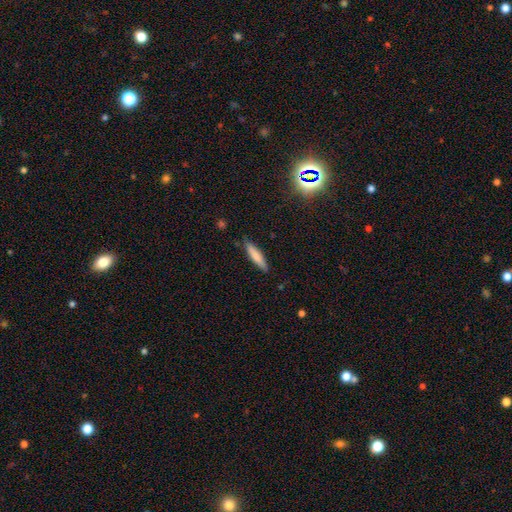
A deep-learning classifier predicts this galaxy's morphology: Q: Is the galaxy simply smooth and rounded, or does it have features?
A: smooth — 77%.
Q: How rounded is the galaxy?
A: cigar-shaped — 84%.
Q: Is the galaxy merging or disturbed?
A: none — 85%.